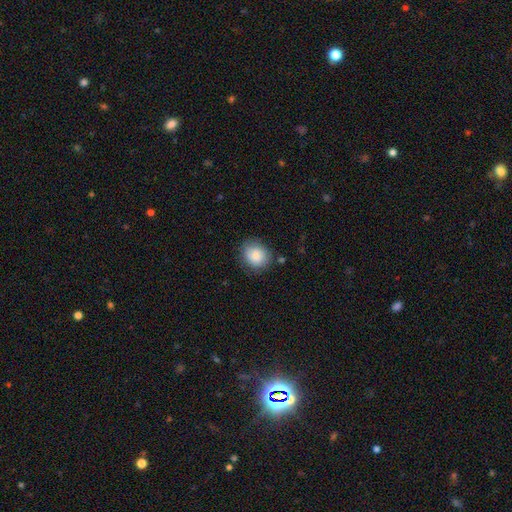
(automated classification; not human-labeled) Q: Smooth or featured?
A: smooth (83%); runner-up: featured or disk (10%)
Q: How rounded?
A: round (69%); runner-up: in between (30%)
Q: Merging?
A: none (78%); runner-up: minor disturbance (16%)